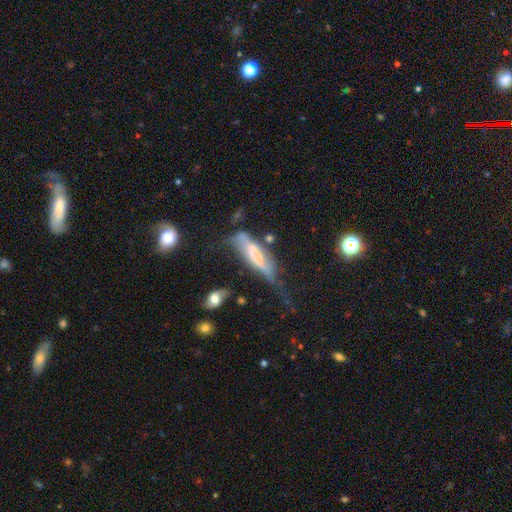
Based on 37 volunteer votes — smooth_or_featured: featured or disk (p=0.49) [alt: smooth p=0.43]
disk_edge_on: yes (p=0.50) [tied with: no p=0.50]
edge_on_bulge: boxy (p=0.67) [alt: rounded p=0.22]
merging: major disturbance (p=0.41) [alt: none p=0.38]